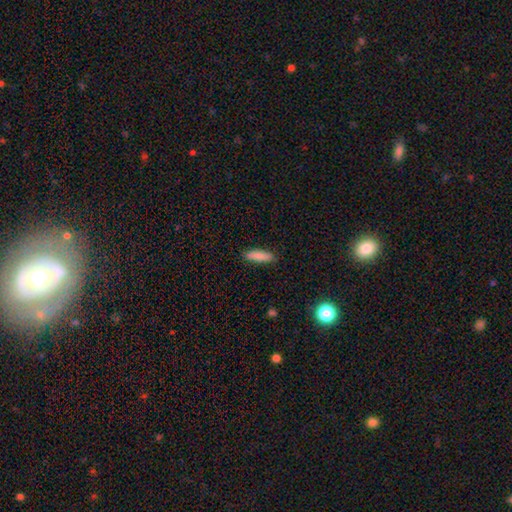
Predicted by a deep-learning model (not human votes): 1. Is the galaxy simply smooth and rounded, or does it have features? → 84% smooth, 8% featured or disk, 8% star or artifact.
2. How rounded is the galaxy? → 65% cigar-shaped, 33% in between, 2% round.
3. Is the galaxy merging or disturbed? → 86% none, 10% minor disturbance, 2% major disturbance, 1% merger.